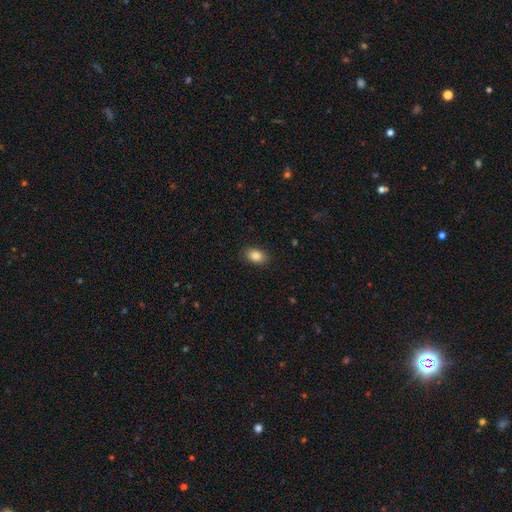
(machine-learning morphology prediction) Smooth or featured? smooth (87%)
How rounded? in between (85%)
Merging? none (88%)